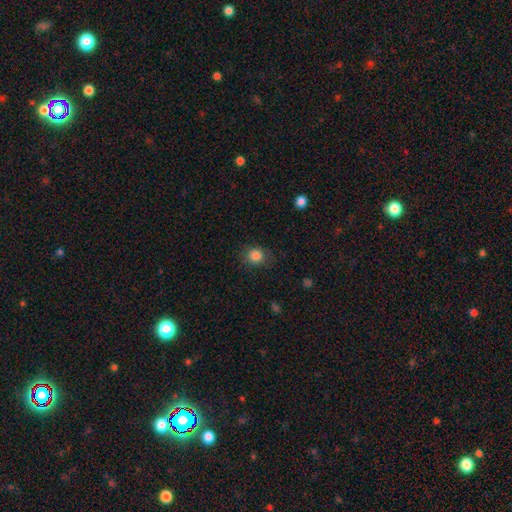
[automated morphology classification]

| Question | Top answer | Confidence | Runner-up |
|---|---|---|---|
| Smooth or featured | smooth | 85% | star or artifact (11%) |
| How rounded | round | 78% | in between (21%) |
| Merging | none | 82% | minor disturbance (13%) |